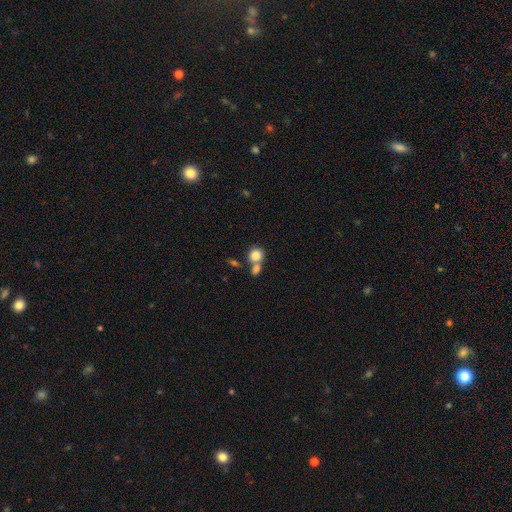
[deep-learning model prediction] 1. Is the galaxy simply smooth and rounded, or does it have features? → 83% smooth, 9% star or artifact, 8% featured or disk.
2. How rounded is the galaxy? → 76% round, 22% in between, 1% cigar-shaped.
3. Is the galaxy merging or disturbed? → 45% merger, 42% none, 8% minor disturbance, 4% major disturbance.